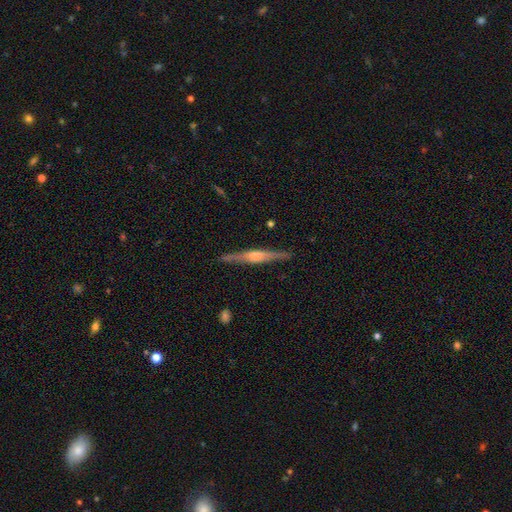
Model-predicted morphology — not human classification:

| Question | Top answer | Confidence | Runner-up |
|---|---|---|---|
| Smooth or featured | featured or disk | 72% | smooth (23%) |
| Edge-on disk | yes | 97% | no (3%) |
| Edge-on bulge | rounded | 65% | boxy (25%) |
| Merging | none | 88% | minor disturbance (9%) |